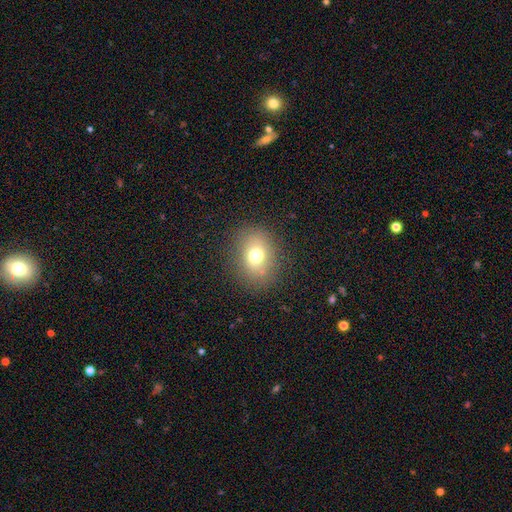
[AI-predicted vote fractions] Smooth or featured: smooth — 70% (featured or disk — 16%)
How rounded: in between — 50% (round — 49%)
Merging: none — 83% (minor disturbance — 11%)